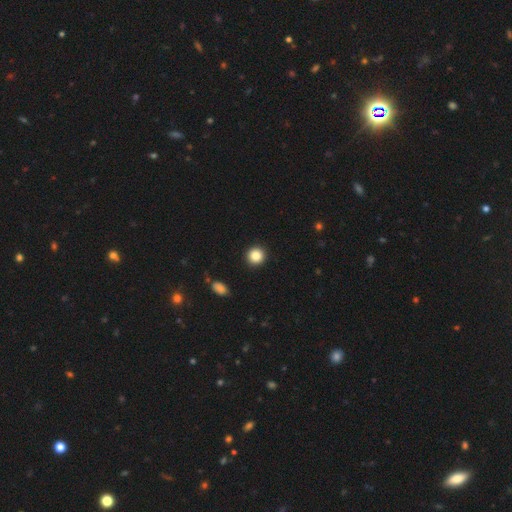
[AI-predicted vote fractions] Smooth or featured: smooth — 85% (star or artifact — 10%)
How rounded: round — 94% (in between — 5%)
Merging: none — 93% (minor disturbance — 4%)